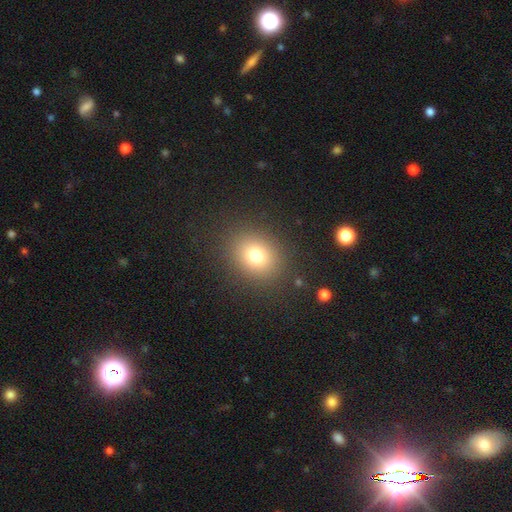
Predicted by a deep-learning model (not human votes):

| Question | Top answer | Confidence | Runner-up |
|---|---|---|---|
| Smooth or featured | smooth | 76% | star or artifact (15%) |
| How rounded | round | 65% | in between (34%) |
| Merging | none | 87% | minor disturbance (8%) |